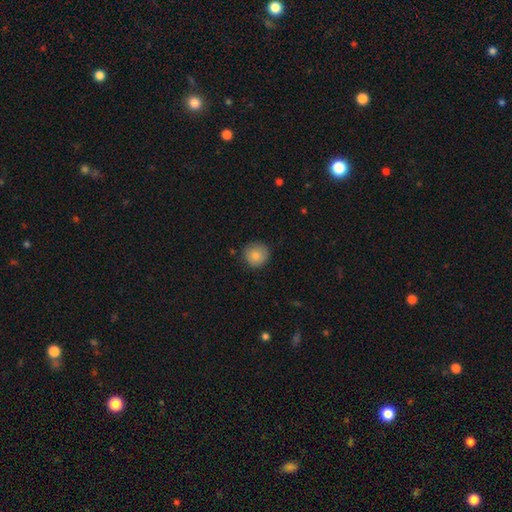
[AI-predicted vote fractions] A smooth galaxy with no disk features (84%) that is round (93%).

Vote fractions:
- Smooth or featured? smooth: 84% / star or artifact: 8% / featured or disk: 8%
- How rounded? round: 93% / in between: 6% / cigar-shaped: 1%
- Merging? none: 84% / minor disturbance: 12% / major disturbance: 2% / merger: 1%